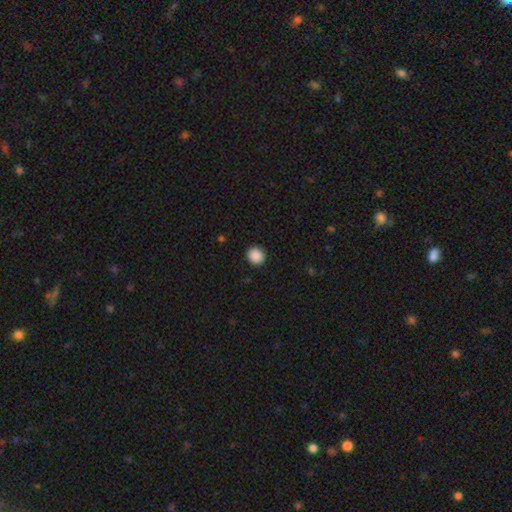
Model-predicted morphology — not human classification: Smooth or featured? Predicted: smooth (p=0.89). How rounded? Predicted: round (p=0.92). Merging? Predicted: none (p=0.92).